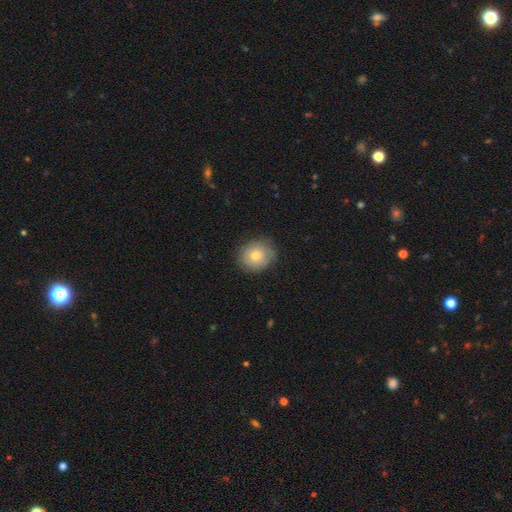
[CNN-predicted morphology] smooth_or_featured: smooth (p=0.71) [alt: featured or disk p=0.21]
how_rounded: round (p=0.74) [alt: in between p=0.25]
merging: none (p=0.78) [alt: minor disturbance p=0.17]